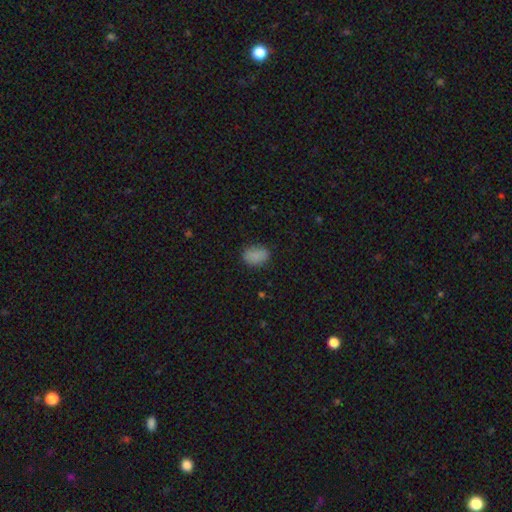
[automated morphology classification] type=smooth (84%); roundness=in between (79%); merging=none (79%).